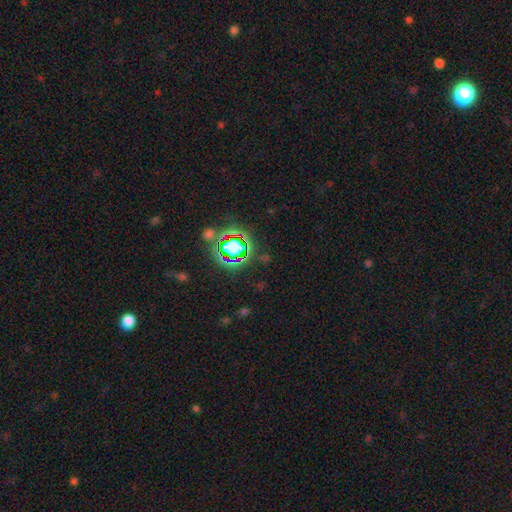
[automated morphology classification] Overall: star or artifact (79%).